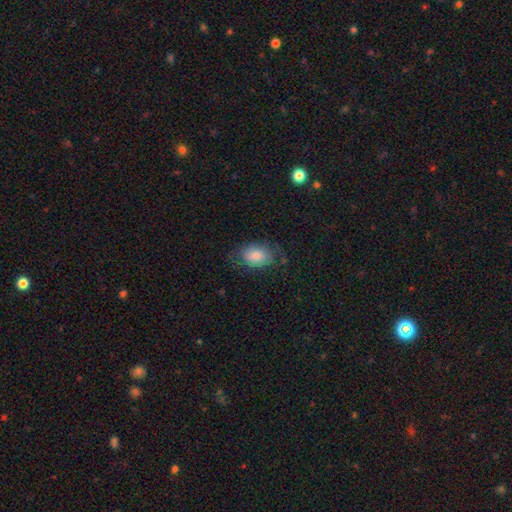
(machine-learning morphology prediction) The model was most divided on "merging": none: 62%, minor disturbance: 24%, major disturbance: 13%, merger: 1%. More confident: how rounded — in between (80%); smooth or featured — smooth (71%).